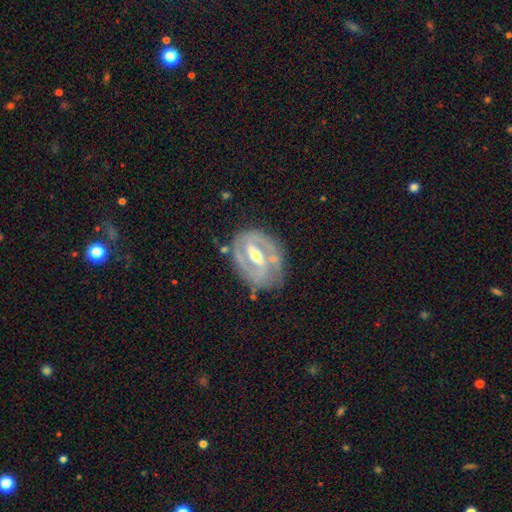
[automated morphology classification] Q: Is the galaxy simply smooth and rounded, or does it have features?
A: featured or disk — 85%.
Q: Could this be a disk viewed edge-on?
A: no — 96%.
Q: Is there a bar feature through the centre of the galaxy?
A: strong — 58%.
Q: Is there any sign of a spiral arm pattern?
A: yes — 84%.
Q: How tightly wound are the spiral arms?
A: tight — 55%.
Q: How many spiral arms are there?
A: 2 — 80%.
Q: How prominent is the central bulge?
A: moderate — 59%.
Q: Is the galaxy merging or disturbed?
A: none — 73%.